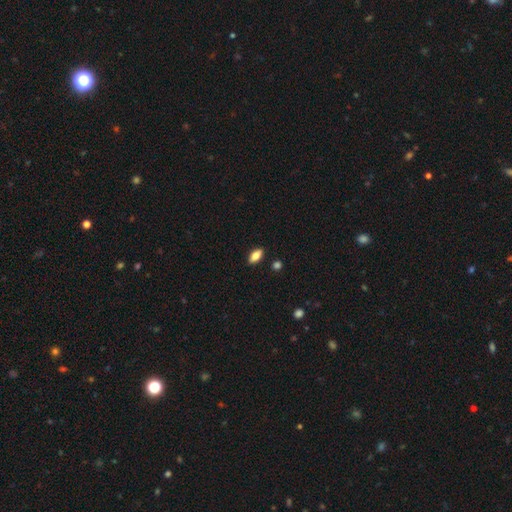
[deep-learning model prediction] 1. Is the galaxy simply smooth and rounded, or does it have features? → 82% smooth, 10% featured or disk, 8% star or artifact.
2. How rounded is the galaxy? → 88% in between, 8% cigar-shaped, 4% round.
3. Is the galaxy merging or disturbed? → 88% none, 8% minor disturbance, 2% major disturbance, 2% merger.